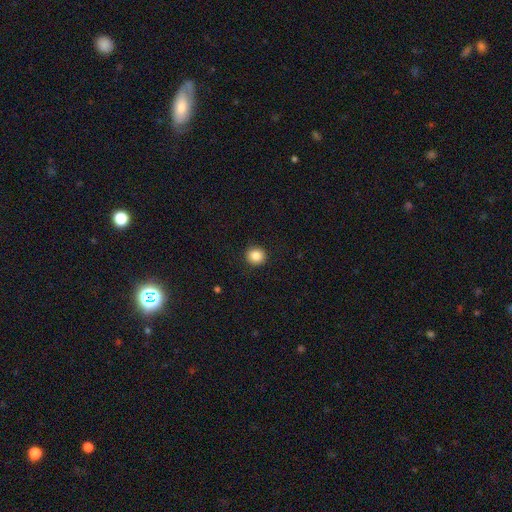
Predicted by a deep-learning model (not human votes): Q: Smooth or featured?
A: smooth (86%); runner-up: star or artifact (10%)
Q: How rounded?
A: round (91%); runner-up: in between (8%)
Q: Merging?
A: none (92%); runner-up: minor disturbance (5%)